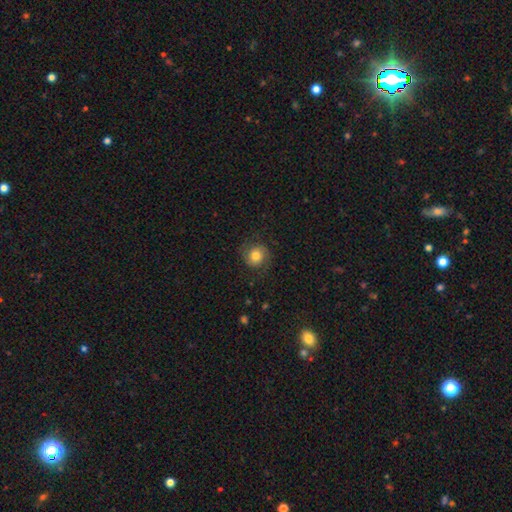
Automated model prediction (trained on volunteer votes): A smooth galaxy with no disk features (55%) that is round (84%).

Vote fractions:
- Smooth or featured? smooth: 55% / featured or disk: 35% / star or artifact: 10%
- How rounded? round: 84% / in between: 15% / cigar-shaped: 1%
- Merging? none: 76% / minor disturbance: 15% / major disturbance: 8% / merger: 1%